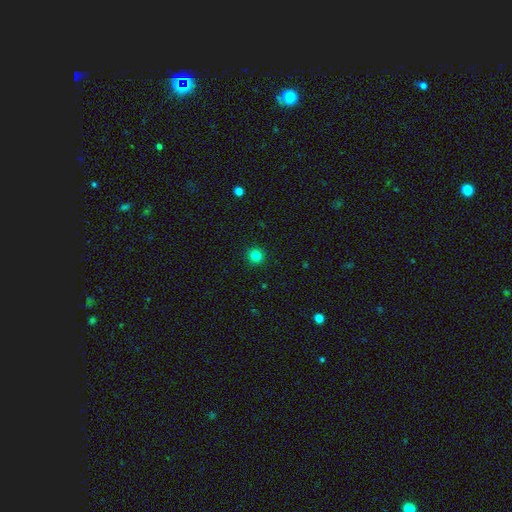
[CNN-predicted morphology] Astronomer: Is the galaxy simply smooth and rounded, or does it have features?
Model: smooth — 83%.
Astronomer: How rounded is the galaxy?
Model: round — 95%.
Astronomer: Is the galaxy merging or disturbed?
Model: none — 93%.